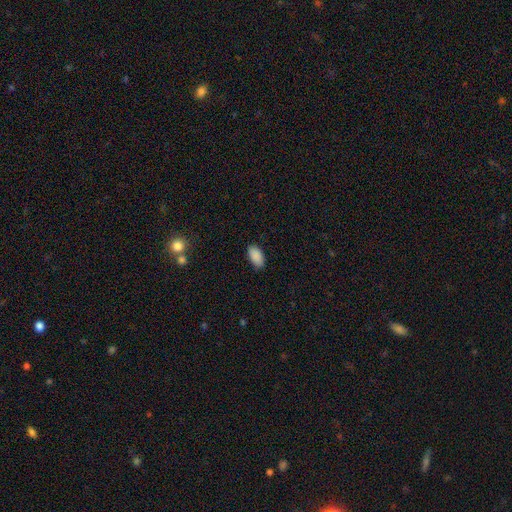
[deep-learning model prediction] smooth 90%, star or artifact 7%, featured or disk 3%. Down the decision tree: how rounded — in between (94%); merging — none (85%).